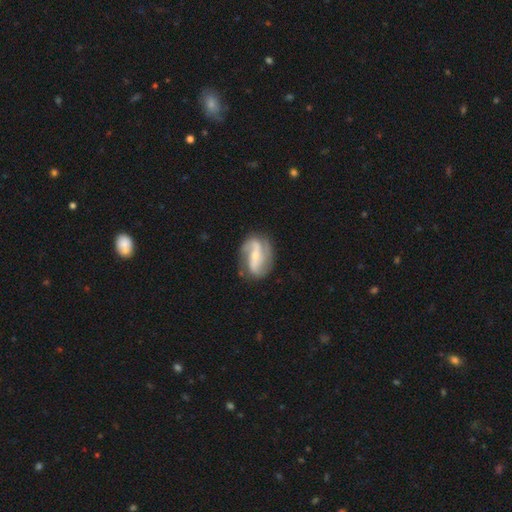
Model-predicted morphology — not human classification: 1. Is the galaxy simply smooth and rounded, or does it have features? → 84% featured or disk, 11% smooth, 5% star or artifact.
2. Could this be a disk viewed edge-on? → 96% no, 4% yes.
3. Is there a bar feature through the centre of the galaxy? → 41% strong, 32% weak, 27% no.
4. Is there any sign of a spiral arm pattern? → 94% yes, 6% no.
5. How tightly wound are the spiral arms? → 45% loose, 38% medium, 16% tight.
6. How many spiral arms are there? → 78% 2, 9% 3, 6% can't tell, 3% 1, 2% 4, 2% more than 4.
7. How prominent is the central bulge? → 60% small, 35% moderate, 3% none, 2% large, 1% dominant.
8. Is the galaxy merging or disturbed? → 71% none, 18% minor disturbance, 8% major disturbance, 2% merger.